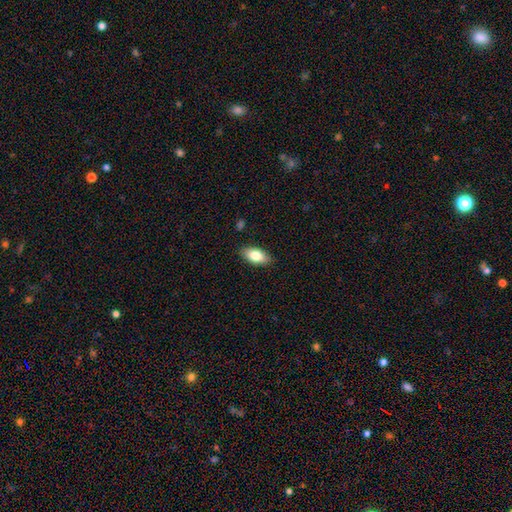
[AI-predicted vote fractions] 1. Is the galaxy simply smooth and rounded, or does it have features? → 80% smooth, 13% featured or disk, 7% star or artifact.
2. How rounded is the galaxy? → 90% in between, 6% cigar-shaped, 3% round.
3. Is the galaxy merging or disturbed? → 87% none, 10% minor disturbance, 2% major disturbance, 1% merger.